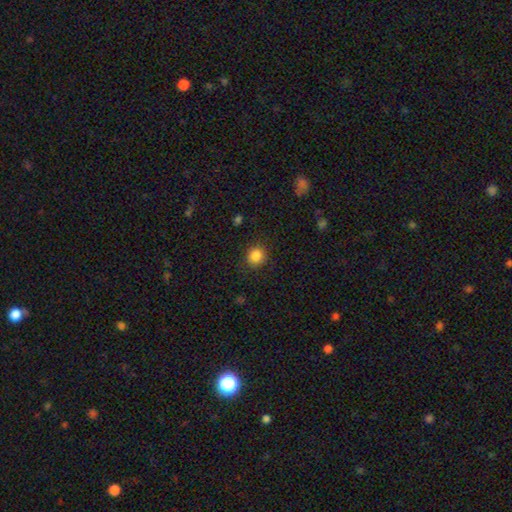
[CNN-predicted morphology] A smooth galaxy with no disk features (86%) that is round (85%).

Vote fractions:
- Smooth or featured? smooth: 86% / star or artifact: 10% / featured or disk: 4%
- How rounded? round: 85% / in between: 14% / cigar-shaped: 1%
- Merging? none: 87% / minor disturbance: 9% / major disturbance: 3% / merger: 1%